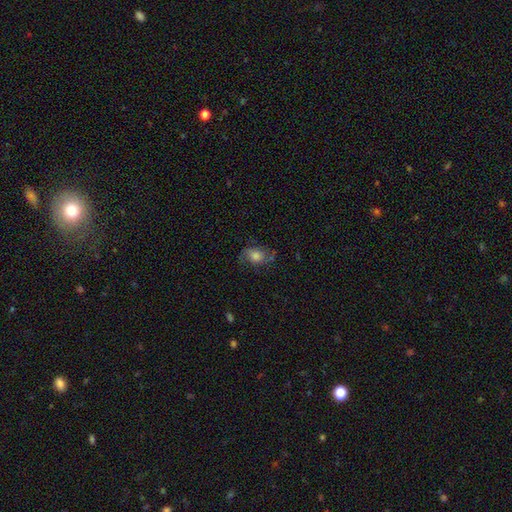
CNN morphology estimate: A smooth galaxy with no disk features (51%) that is in between round and cigar-shaped (58%). Merging: none (63%).